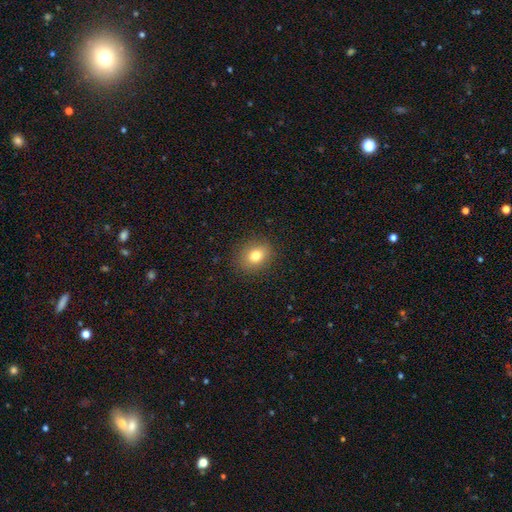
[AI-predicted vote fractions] smooth-or-featured: smooth: 79% | star or artifact: 12% | featured or disk: 10%
  how-rounded: round: 57% | in between: 42% | cigar-shaped: 1%
  merging: none: 88% | minor disturbance: 8% | major disturbance: 3% | merger: 1%